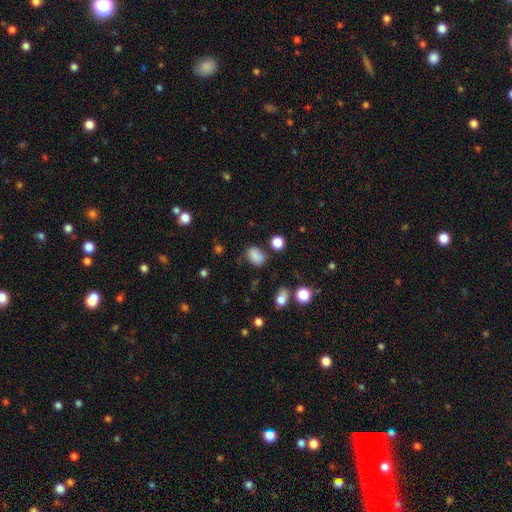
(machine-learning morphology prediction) A smooth galaxy with no disk features (81%) that is in between round and cigar-shaped (68%). Merging: none (62%).